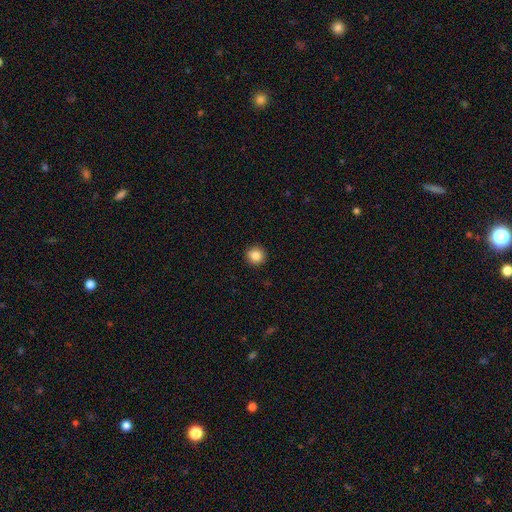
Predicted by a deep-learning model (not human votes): This appears to be a smooth galaxy with no disk features (85%) that is round (94%). Merging: none (92%).